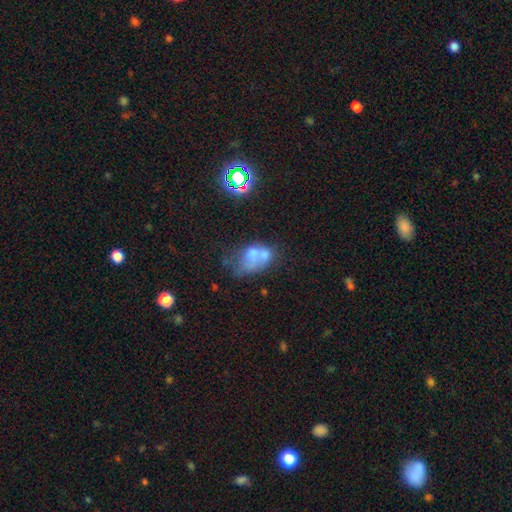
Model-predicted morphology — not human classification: Smooth or featured? smooth (50%)
How rounded? in between (79%)
Merging? merger (37%)